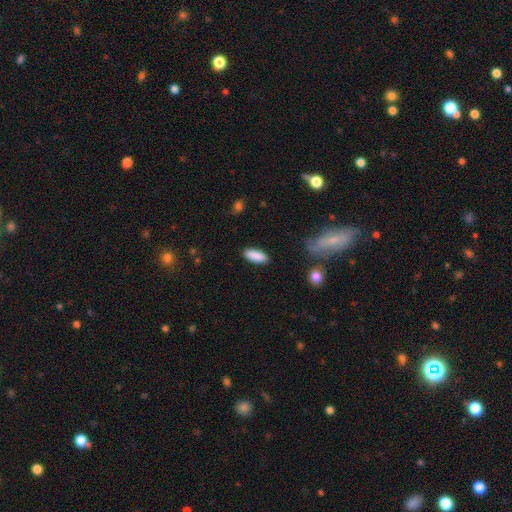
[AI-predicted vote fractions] A smooth galaxy with no disk features (89%) that is in between round and cigar-shaped (73%).

Vote fractions:
- Smooth or featured? smooth: 89% / star or artifact: 6% / featured or disk: 5%
- How rounded? in between: 73% / cigar-shaped: 25% / round: 2%
- Merging? none: 87% / minor disturbance: 9% / major disturbance: 2% / merger: 1%